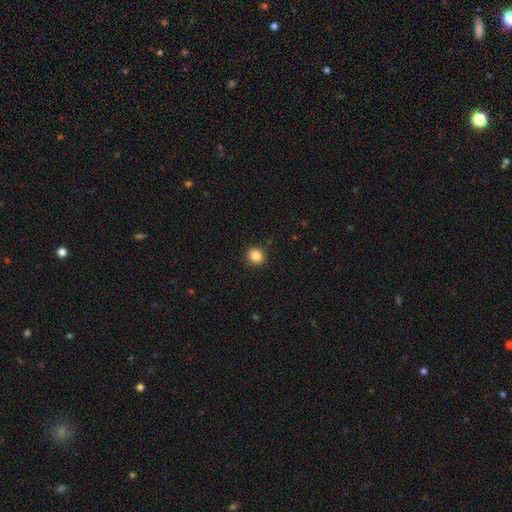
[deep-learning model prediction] smooth_or_featured: smooth (p=0.86) [alt: star or artifact p=0.10]
how_rounded: round (p=0.66) [alt: in between p=0.33]
merging: none (p=0.89) [alt: minor disturbance p=0.08]